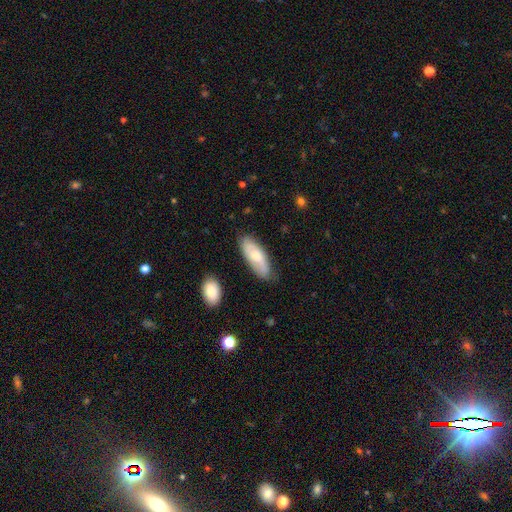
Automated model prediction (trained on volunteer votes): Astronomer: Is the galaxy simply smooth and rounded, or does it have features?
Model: smooth — 57% (runner-up: featured or disk, 37%).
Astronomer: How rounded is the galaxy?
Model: in between — 75%.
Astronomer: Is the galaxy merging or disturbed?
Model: none — 74%.